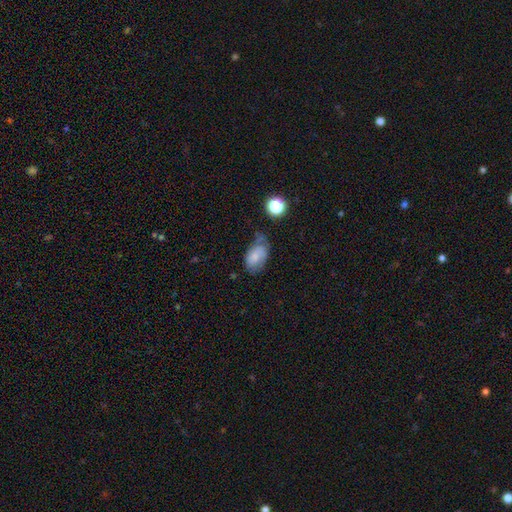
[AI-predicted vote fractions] This appears to be a smooth galaxy with no disk features (62%) that is in between round and cigar-shaped (90%). Merging: none (44%).